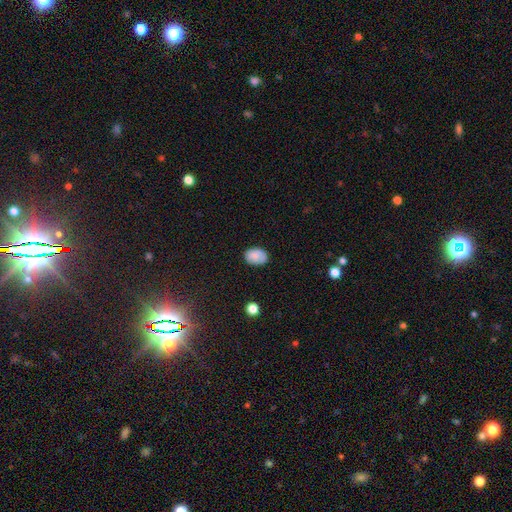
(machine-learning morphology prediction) A smooth galaxy with no disk features (83%) that is in between round and cigar-shaped (79%). Merging: none (81%).